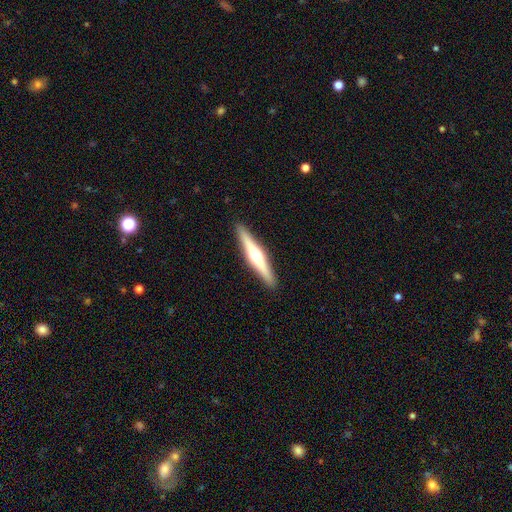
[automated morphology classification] type=featured or disk (68%); edge-on=yes (98%); edge-on bulge=rounded (93%); merging=none (92%).